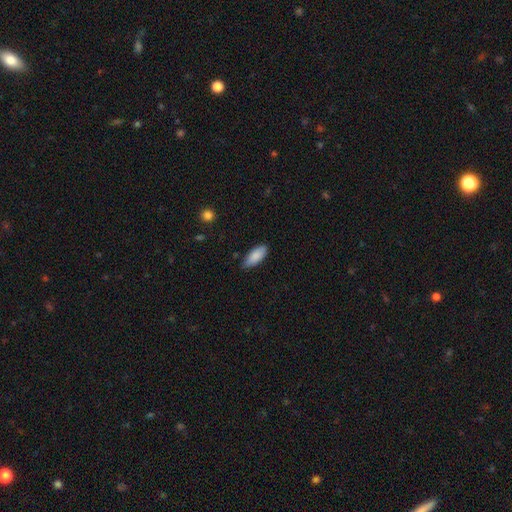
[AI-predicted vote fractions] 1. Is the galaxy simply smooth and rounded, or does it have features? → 86% smooth, 8% featured or disk, 6% star or artifact.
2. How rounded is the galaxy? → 82% in between, 16% cigar-shaped, 2% round.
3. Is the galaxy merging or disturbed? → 75% none, 21% minor disturbance, 3% major disturbance, 1% merger.